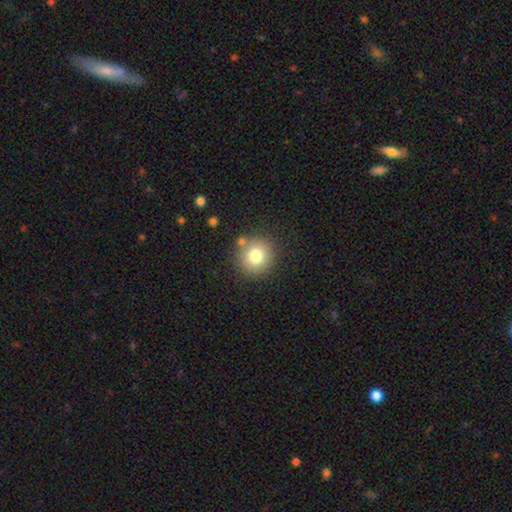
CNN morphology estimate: Smooth or featured: smooth — 77% (star or artifact — 11%)
How rounded: round — 92% (in between — 7%)
Merging: none — 81% (minor disturbance — 9%)